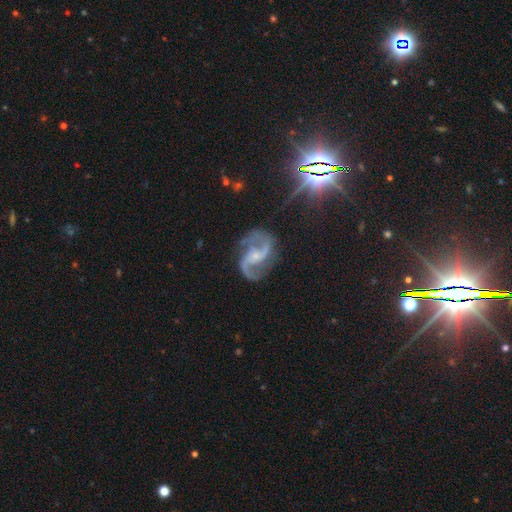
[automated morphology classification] smooth_or_featured: featured or disk (p=0.91) [alt: star or artifact p=0.06]
disk_edge_on: no (p=0.98) [alt: yes p=0.02]
bar: no (p=0.47) [alt: weak p=0.37]
has_spiral_arms: yes (p=0.98) [alt: no p=0.02]
spiral_winding: medium (p=0.53) [alt: loose p=0.38]
spiral_arm_count: 2 (p=0.93) [alt: can't tell p=0.02]
bulge_size: small (p=0.67) [alt: moderate p=0.21]
merging: none (p=0.74) [alt: minor disturbance p=0.16]